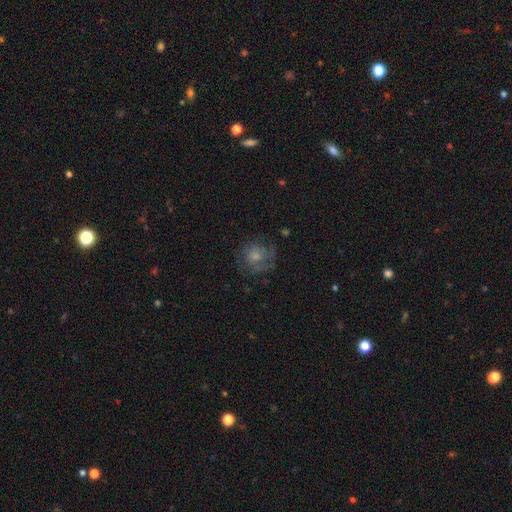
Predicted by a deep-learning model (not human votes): A smooth galaxy with no disk features (45%, tied with featured or disk). Merging: none (60%).